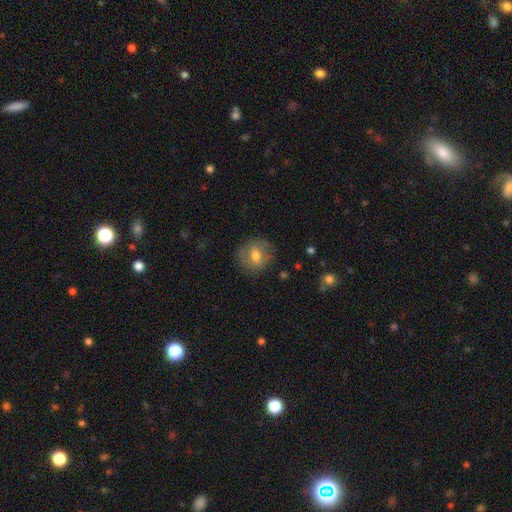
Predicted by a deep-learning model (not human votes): Q: Smooth or featured?
A: smooth (63%); runner-up: featured or disk (29%)
Q: How rounded?
A: round (81%); runner-up: in between (18%)
Q: Merging?
A: none (81%); runner-up: minor disturbance (14%)